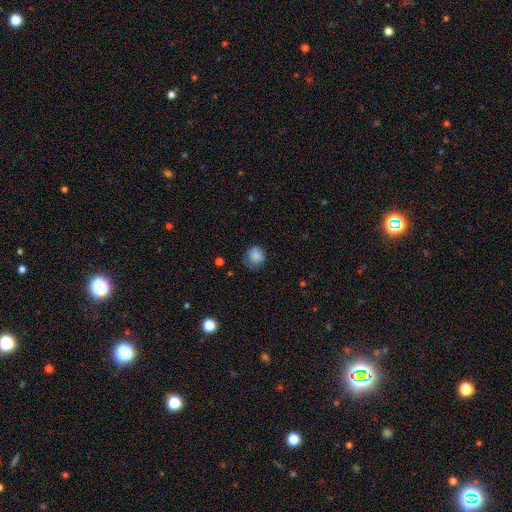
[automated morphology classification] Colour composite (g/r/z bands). It shows a smooth galaxy with no disk features (83%) that is round (81%). Merging: none (65%).